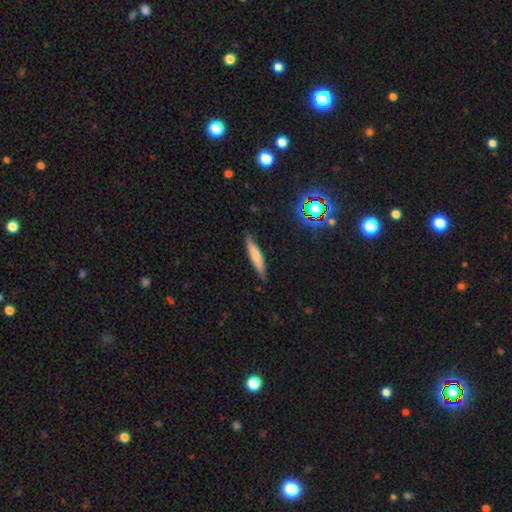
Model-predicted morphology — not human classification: Q: Smooth or featured?
A: smooth (68%); runner-up: featured or disk (24%)
Q: How rounded?
A: cigar-shaped (85%); runner-up: in between (13%)
Q: Merging?
A: none (82%); runner-up: minor disturbance (15%)